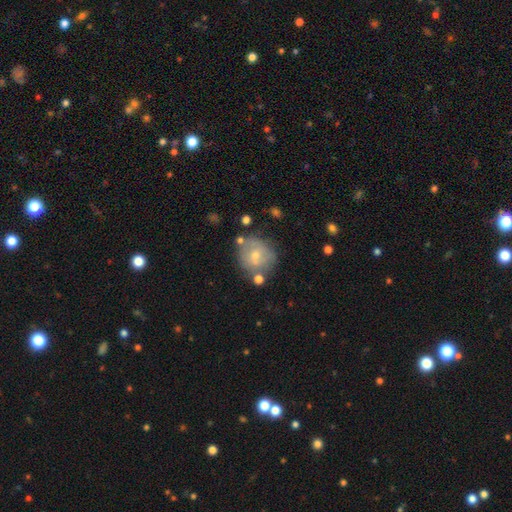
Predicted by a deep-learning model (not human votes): A smooth galaxy with no disk features (56%) that is round (83%). Merging: none (58%).